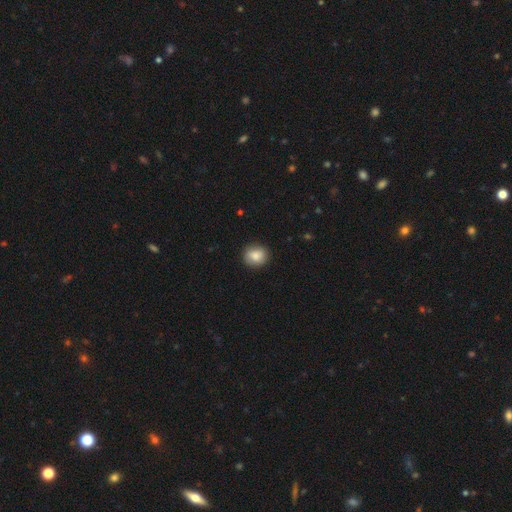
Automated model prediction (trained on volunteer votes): Smooth or featured? smooth (86%)
How rounded? round (77%)
Merging? none (88%)